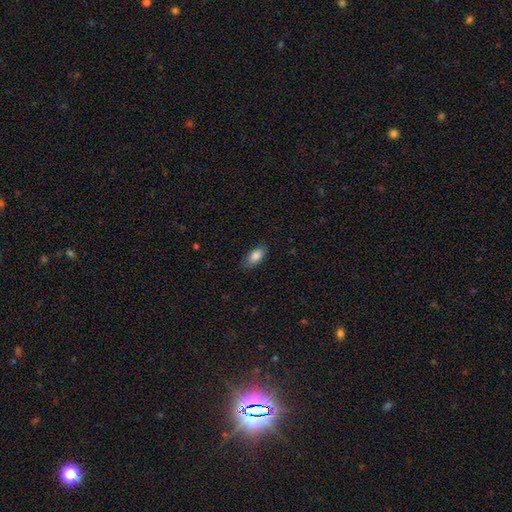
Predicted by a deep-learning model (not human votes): This is clearly a smooth galaxy (86%). How rounded: clearly in between (90%). Merging: likely none (78%).